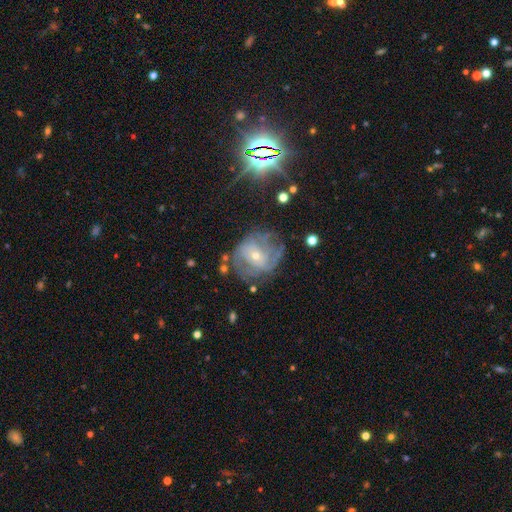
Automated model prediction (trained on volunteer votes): smooth_or_featured: featured or disk (p=0.74) [alt: smooth p=0.13]
disk_edge_on: no (p=0.96) [alt: yes p=0.04]
bar: no (p=0.61) [alt: weak p=0.29]
has_spiral_arms: yes (p=0.85) [alt: no p=0.15]
spiral_winding: tight (p=0.51) [alt: medium p=0.36]
spiral_arm_count: can't tell (p=0.43) [alt: 2 p=0.25]
bulge_size: small (p=0.67) [alt: moderate p=0.30]
merging: none (p=0.62) [alt: minor disturbance p=0.21]